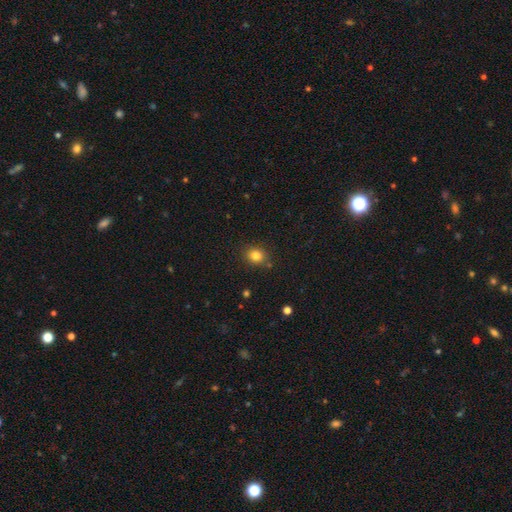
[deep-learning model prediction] Smooth or featured? smooth (82%)
How rounded? round (64%)
Merging? none (83%)